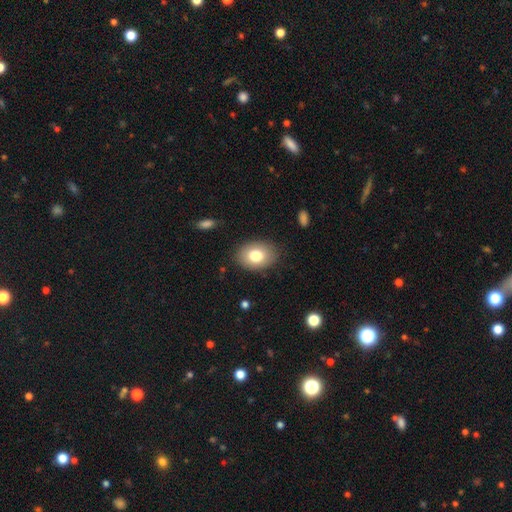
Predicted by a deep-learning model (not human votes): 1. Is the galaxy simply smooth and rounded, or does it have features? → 78% smooth, 14% featured or disk, 8% star or artifact.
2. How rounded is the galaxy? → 75% in between, 24% round, 1% cigar-shaped.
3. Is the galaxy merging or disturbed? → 85% none, 11% minor disturbance, 3% major disturbance, 1% merger.